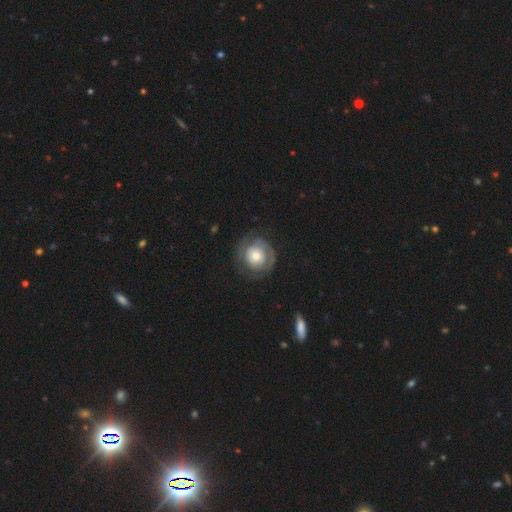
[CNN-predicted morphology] This is possibly a featured or disk galaxy (51%). It is clearly not viewed edge-on (97%). Merging: likely none (69%).